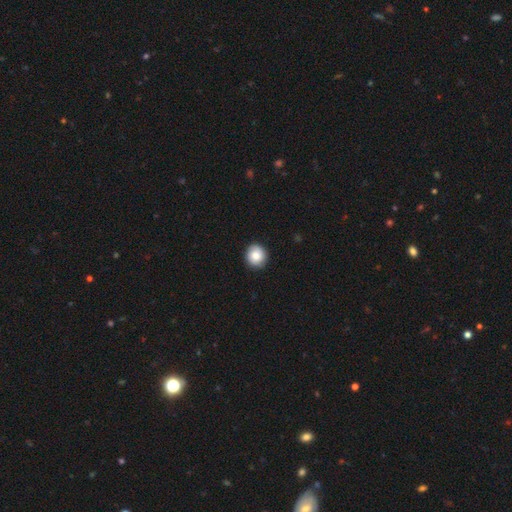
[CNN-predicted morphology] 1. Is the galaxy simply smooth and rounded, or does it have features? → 82% smooth, 9% featured or disk, 8% star or artifact.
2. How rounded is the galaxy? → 89% round, 10% in between, 1% cigar-shaped.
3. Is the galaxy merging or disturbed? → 90% none, 8% minor disturbance, 2% major disturbance, 1% merger.